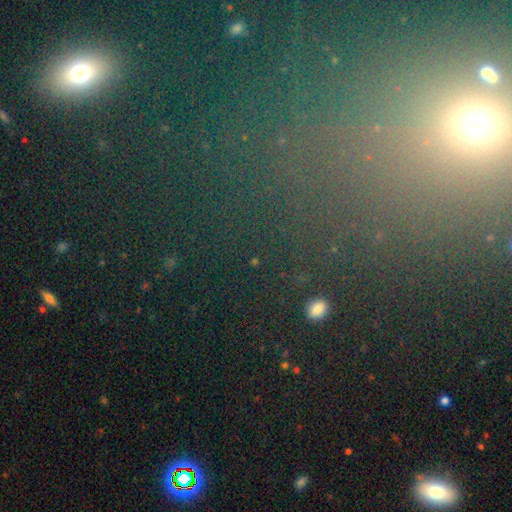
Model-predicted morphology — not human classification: Smooth or featured? star or artifact (56%)